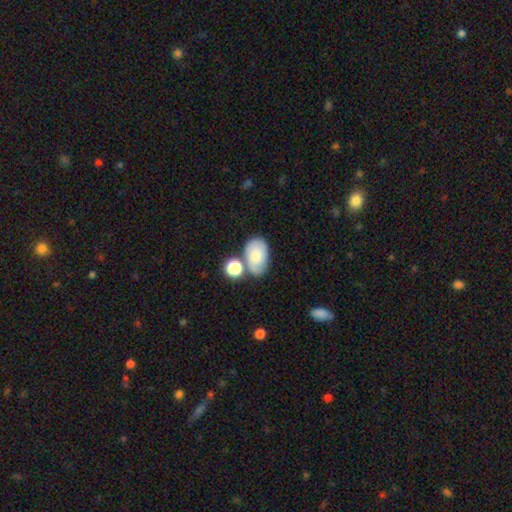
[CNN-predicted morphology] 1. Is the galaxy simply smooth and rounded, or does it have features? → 67% smooth, 24% featured or disk, 9% star or artifact.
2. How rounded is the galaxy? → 87% in between, 12% round, 1% cigar-shaped.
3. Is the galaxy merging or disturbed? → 52% none, 23% merger, 19% minor disturbance, 6% major disturbance.